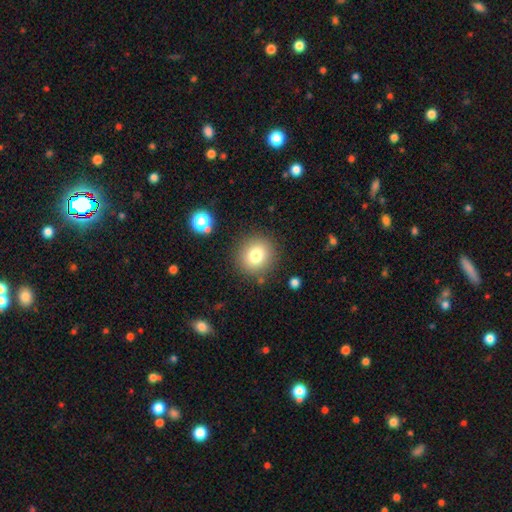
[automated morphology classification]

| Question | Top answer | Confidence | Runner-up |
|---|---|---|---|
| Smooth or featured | smooth | 77% | star or artifact (13%) |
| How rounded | round | 89% | in between (10%) |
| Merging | none | 88% | minor disturbance (7%) |